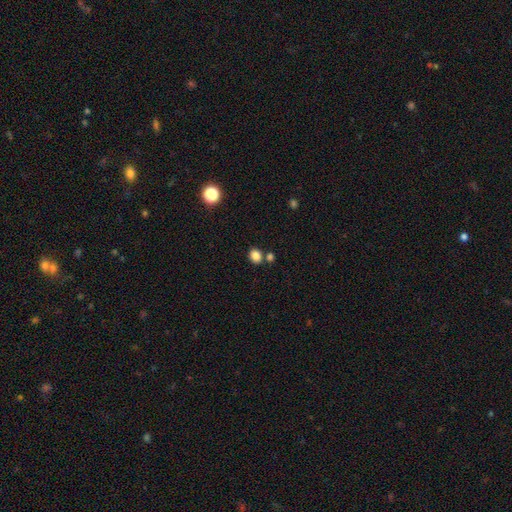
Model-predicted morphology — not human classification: This is clearly a smooth galaxy (84%). How rounded: possibly round (52%). Merging: likely none (71%).